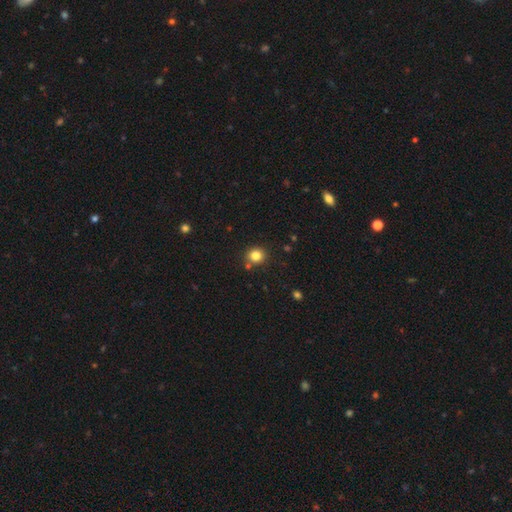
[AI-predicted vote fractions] A smooth galaxy with no disk features (82%) that is round (90%). Merging: none (83%).